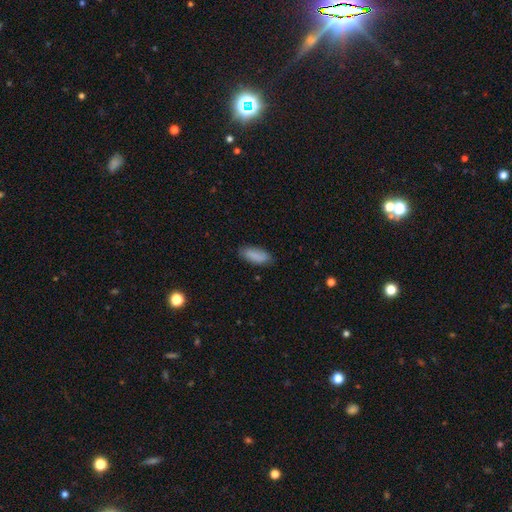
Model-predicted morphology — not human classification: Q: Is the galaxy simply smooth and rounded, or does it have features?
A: smooth — 85%.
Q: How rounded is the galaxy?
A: in between — 81%.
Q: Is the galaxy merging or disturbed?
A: none — 80%.